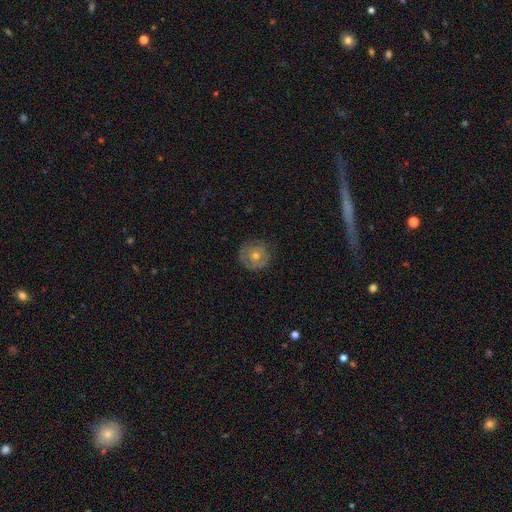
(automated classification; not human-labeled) featured or disk 54%, smooth 37%, star or artifact 9%. Down the decision tree: edge-on disk — no (95%); bar — no (87%); spiral arms — yes (54%); bulge size — moderate (59%); merging — none (80%).